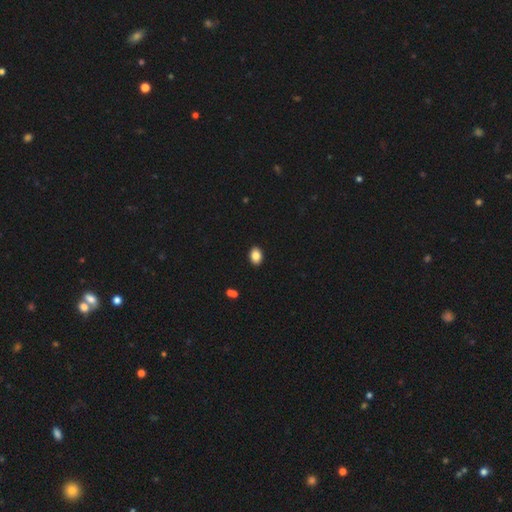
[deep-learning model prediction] This is clearly a smooth galaxy (87%). How rounded: likely in between (79%). Merging: clearly none (91%).